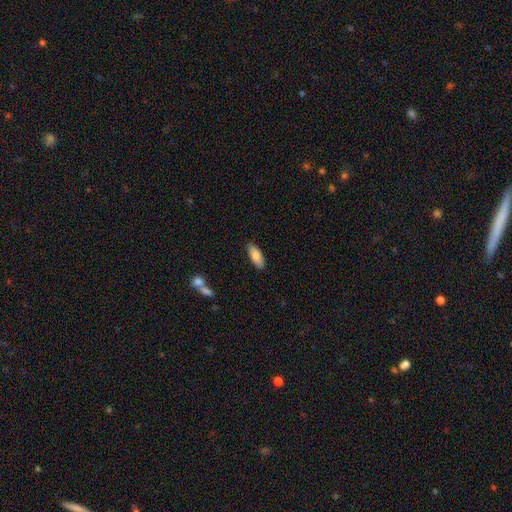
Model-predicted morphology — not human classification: smooth-or-featured: smooth: 82% | featured or disk: 12% | star or artifact: 6%
  how-rounded: in between: 70% | cigar-shaped: 28% | round: 2%
  merging: none: 86% | minor disturbance: 10% | major disturbance: 2% | merger: 2%